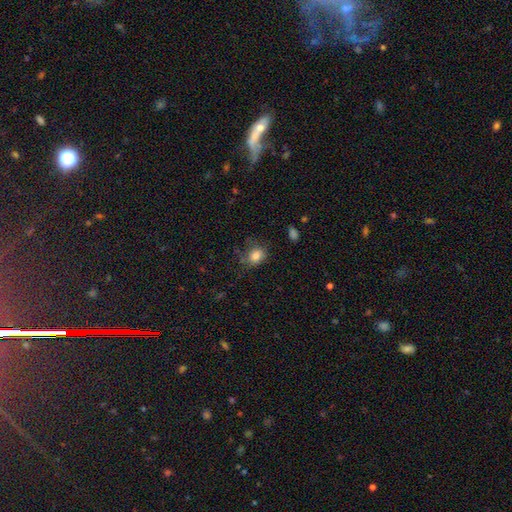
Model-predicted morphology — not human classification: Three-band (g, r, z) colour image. It shows a smooth galaxy with no disk features (82%) that is round (49%, tied with in between). Merging: none (64%).